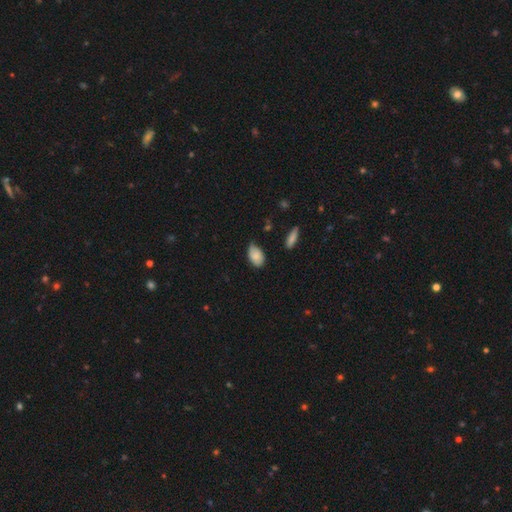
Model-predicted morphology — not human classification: This appears to be a smooth galaxy with no disk features (80%) that is in between round and cigar-shaped (92%). Merging: none (59%).